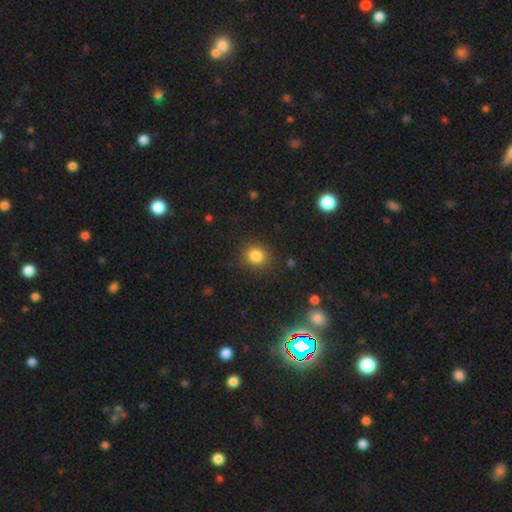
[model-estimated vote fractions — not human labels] Morphology: type=smooth (83%); roundness=round (83%); merging=none (86%).